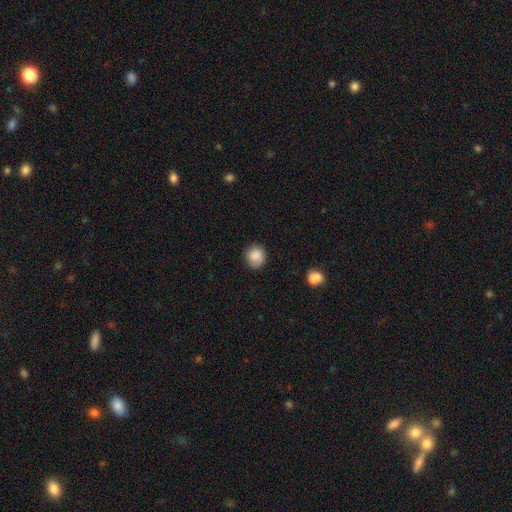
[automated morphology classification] Smooth or featured? smooth (86%)
How rounded? round (81%)
Merging? none (77%)